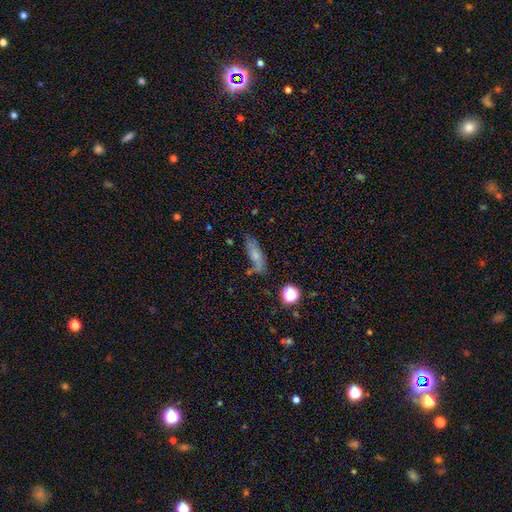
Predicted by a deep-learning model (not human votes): smooth 66%, featured or disk 23%, star or artifact 12%. Down the decision tree: how rounded — in between (57%); merging — none (54%).